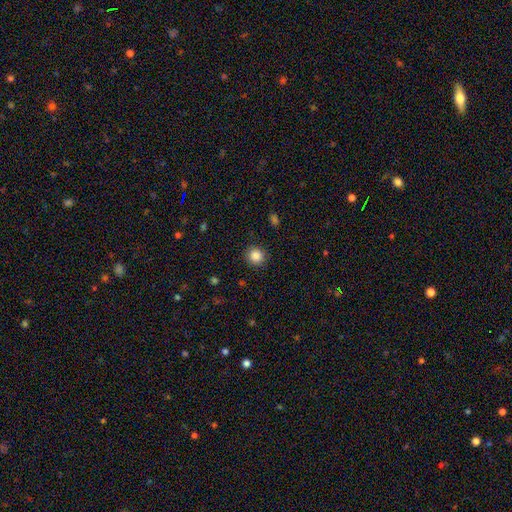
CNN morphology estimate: smooth_or_featured: smooth (p=0.86) [alt: star or artifact p=0.10]
how_rounded: round (p=0.93) [alt: in between p=0.07]
merging: none (p=0.90) [alt: minor disturbance p=0.06]